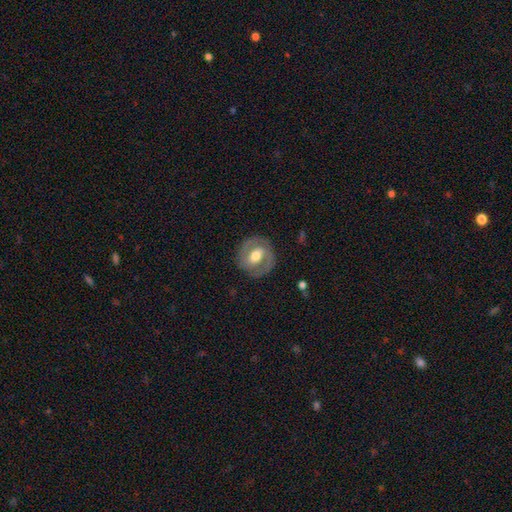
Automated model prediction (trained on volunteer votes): smooth_or_featured: featured or disk (p=0.72) [alt: smooth p=0.23]
disk_edge_on: no (p=0.97) [alt: yes p=0.03]
bar: weak (p=0.43) [alt: strong p=0.33]
has_spiral_arms: yes (p=0.76) [alt: no p=0.24]
spiral_winding: medium (p=0.45) [alt: tight p=0.41]
spiral_arm_count: 2 (p=0.87) [alt: can't tell p=0.07]
bulge_size: moderate (p=0.68) [alt: large p=0.16]
merging: none (p=0.84) [alt: minor disturbance p=0.11]